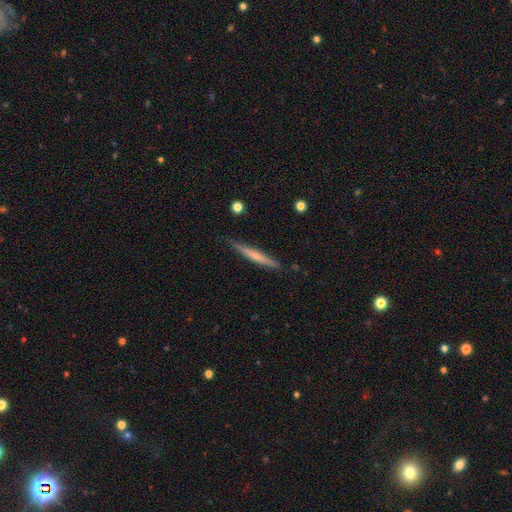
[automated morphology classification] Q: Smooth or featured?
A: featured or disk (49%); runner-up: smooth (45%)
Q: Merging?
A: none (86%); runner-up: minor disturbance (11%)